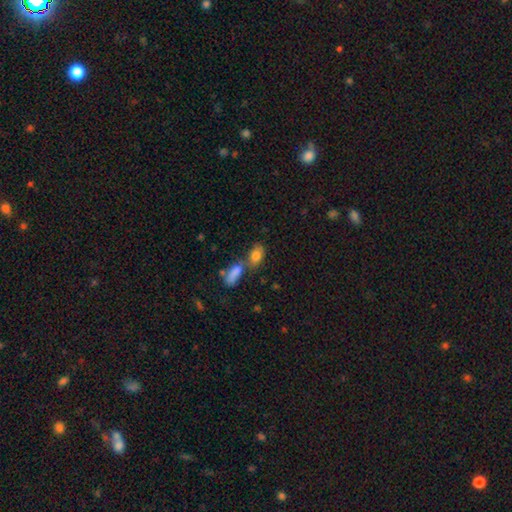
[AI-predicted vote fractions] Morphology: type=smooth (80%); roundness=in between (85%); merging=merger (43%).